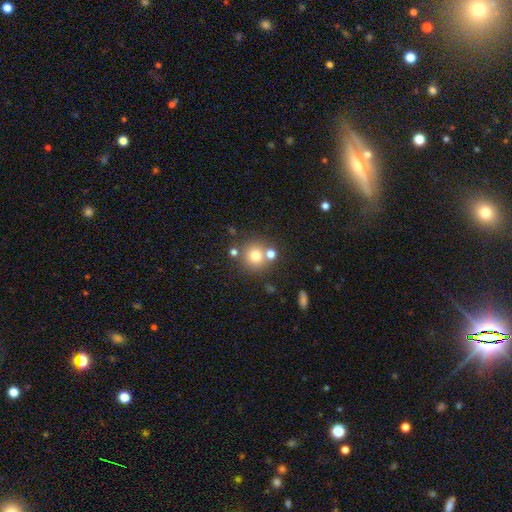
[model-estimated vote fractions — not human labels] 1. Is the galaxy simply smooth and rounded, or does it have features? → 74% smooth, 14% star or artifact, 12% featured or disk.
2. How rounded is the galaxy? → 91% round, 8% in between, 1% cigar-shaped.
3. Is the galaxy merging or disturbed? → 68% none, 19% merger, 9% minor disturbance, 4% major disturbance.